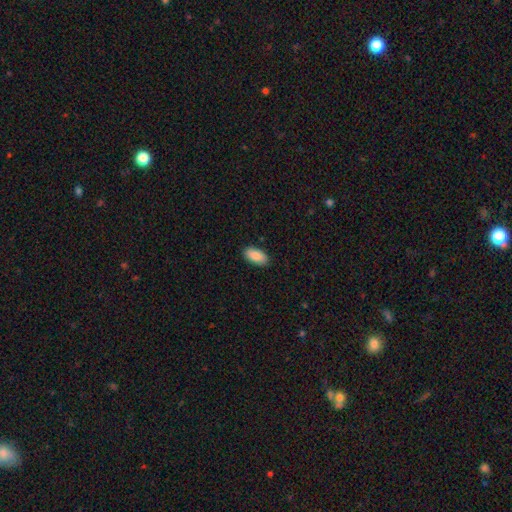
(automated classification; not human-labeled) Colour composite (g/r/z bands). It shows a smooth galaxy with no disk features (89%) that is in between round and cigar-shaped (94%). Merging: none (90%).